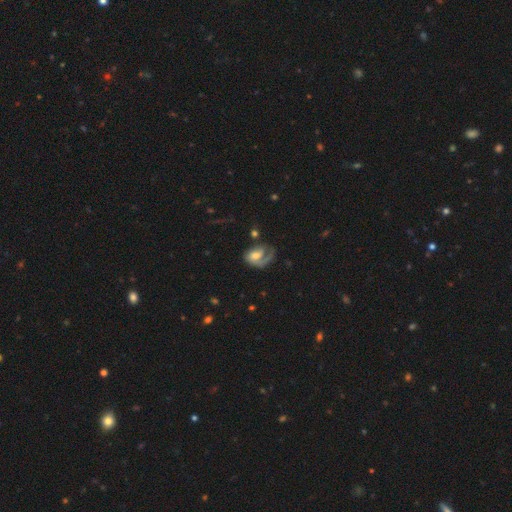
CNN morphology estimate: Smooth or featured? Predicted: featured or disk (p=0.63). Edge-on disk? Predicted: no (p=0.97). Bar? Predicted: no (p=0.62). Spiral arms? Predicted: yes (p=0.81). Bulge size? Predicted: moderate (p=0.54). Merging? Predicted: none (p=0.39).